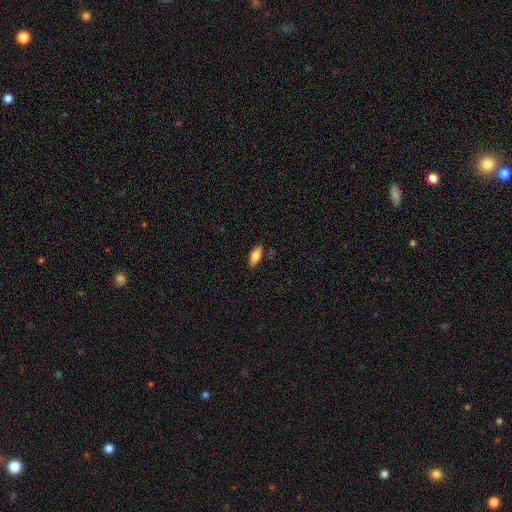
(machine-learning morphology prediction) Overall: smooth (79%). How rounded: in between (78%). Merging: none (82%).